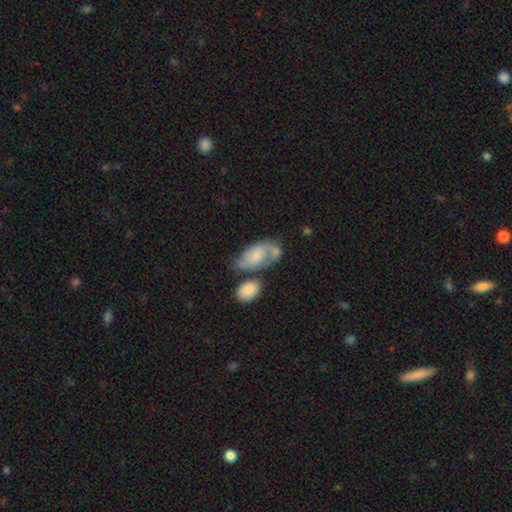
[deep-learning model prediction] Smooth or featured? smooth (50%)
Merging? merger (32%)